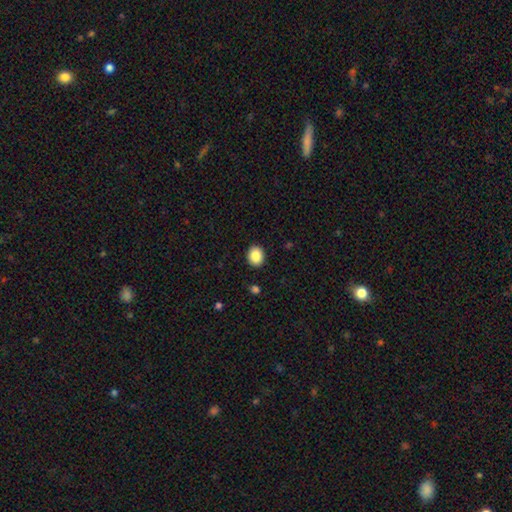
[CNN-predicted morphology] smooth_or_featured: smooth (p=0.88) [alt: star or artifact p=0.08]
how_rounded: round (p=0.58) [alt: in between p=0.41]
merging: none (p=0.90) [alt: minor disturbance p=0.07]